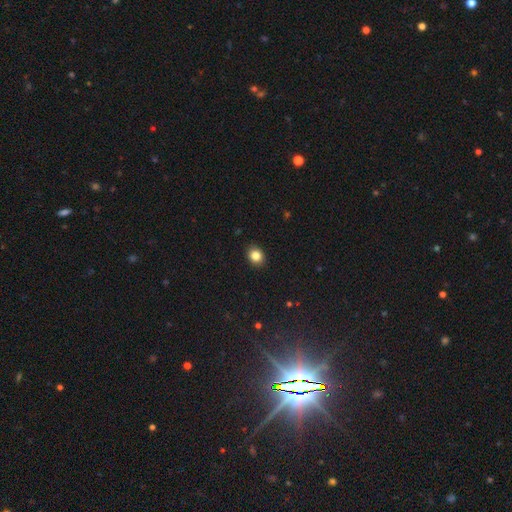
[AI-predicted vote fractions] The model was most divided on "how rounded": round: 58%, in between: 41%, cigar-shaped: 1%. More confident: merging — none (90%); smooth or featured — smooth (84%).